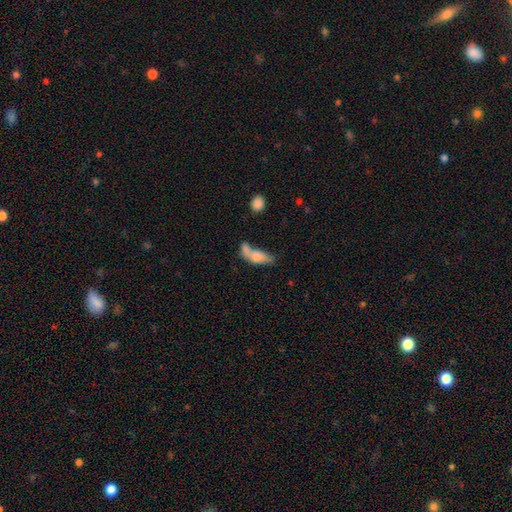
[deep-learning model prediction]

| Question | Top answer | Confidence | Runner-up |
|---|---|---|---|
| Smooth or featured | smooth | 65% | featured or disk (26%) |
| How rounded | in between | 73% | cigar-shaped (21%) |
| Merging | merger | 47% | none (25%) |